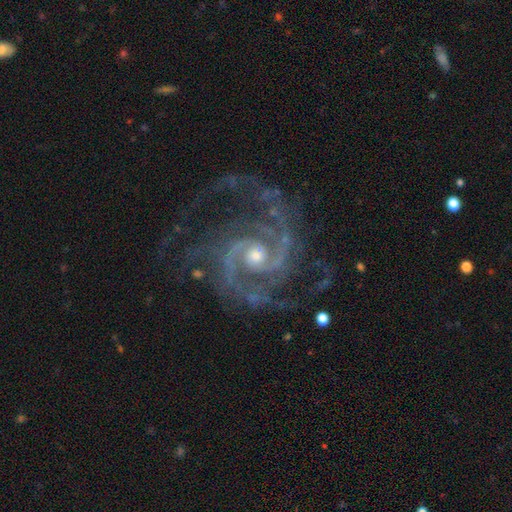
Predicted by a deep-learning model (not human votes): This appears to be a featured or disk galaxy (93%) with no bar (67%), 2 (54%) medium (49%) spiral arms (99%) and a moderate central bulge (53%). Merging: none (67%).